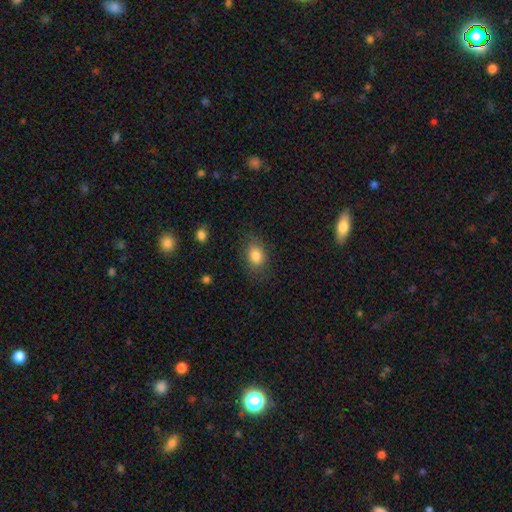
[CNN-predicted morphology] type=smooth (83%); roundness=in between (70%); merging=none (77%).